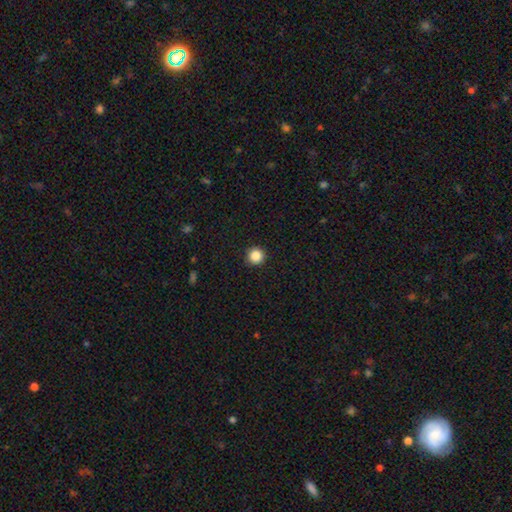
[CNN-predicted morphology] Smooth or featured? Predicted: smooth (p=0.86). How rounded? Predicted: round (p=0.96). Merging? Predicted: none (p=0.92).